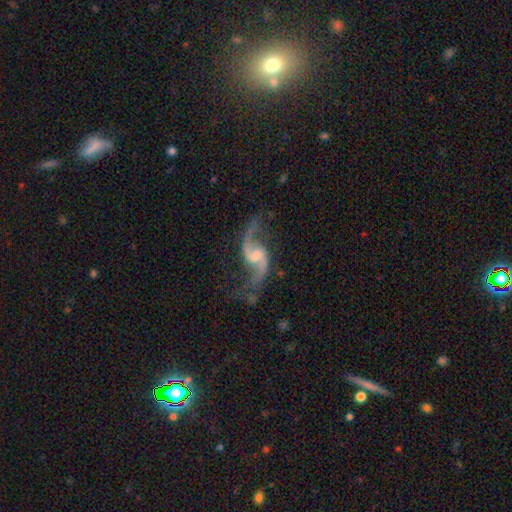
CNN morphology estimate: The model was most divided on "bar": weak: 51%, no: 35%, strong: 14%. More confident: edge-on disk — no (98%); spiral arms — yes (97%); spiral arm count — 2 (94%); smooth or featured — featured or disk (92%); spiral winding — loose (80%); merging — none (72%); bulge size — small (50%).